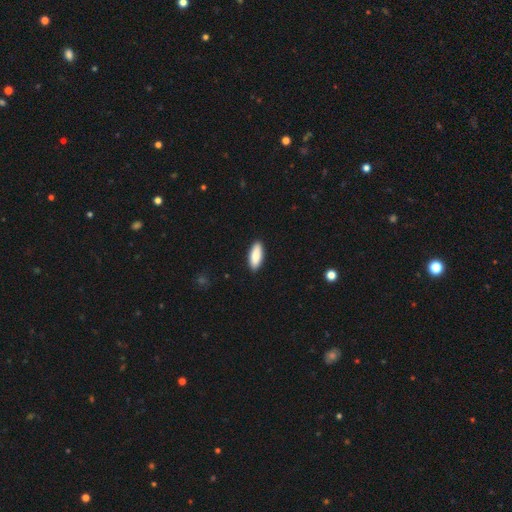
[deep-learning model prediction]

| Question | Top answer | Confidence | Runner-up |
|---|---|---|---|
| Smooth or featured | smooth | 87% | featured or disk (8%) |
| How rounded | in between | 73% | cigar-shaped (25%) |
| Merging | none | 90% | minor disturbance (7%) |